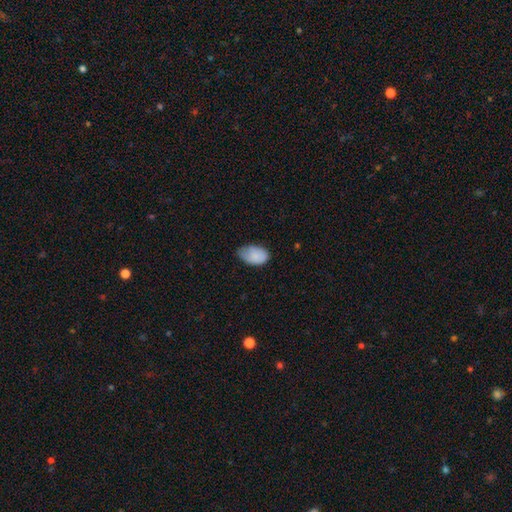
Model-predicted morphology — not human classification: Overall: smooth (86%). How rounded: in between (92%). Merging: minor disturbance (45%, tied with none).